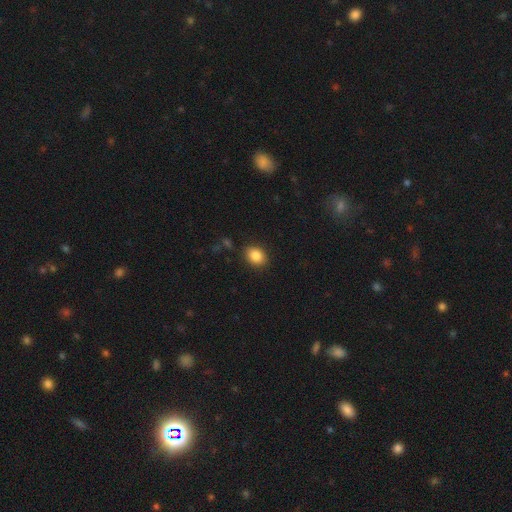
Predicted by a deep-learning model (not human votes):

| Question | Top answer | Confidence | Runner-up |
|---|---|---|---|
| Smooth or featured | smooth | 86% | star or artifact (9%) |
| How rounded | in between | 66% | round (33%) |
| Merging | none | 85% | minor disturbance (10%) |